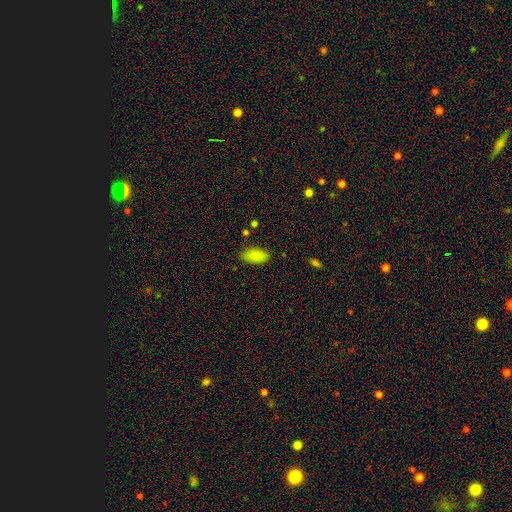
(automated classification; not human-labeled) Q: Smooth or featured?
A: smooth (87%); runner-up: star or artifact (8%)
Q: How rounded?
A: in between (92%); runner-up: cigar-shaped (5%)
Q: Merging?
A: none (82%); runner-up: minor disturbance (14%)